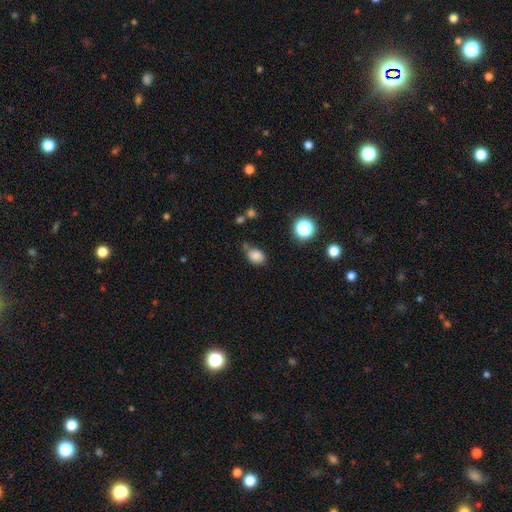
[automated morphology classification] The model was most divided on "merging": none: 61%, minor disturbance: 25%, merger: 9%, major disturbance: 6%. More confident: smooth or featured — smooth (82%); how rounded — in between (70%).